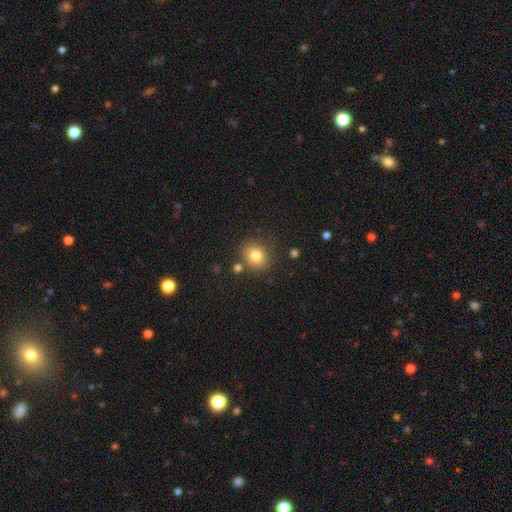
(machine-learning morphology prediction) Smooth or featured? Predicted: smooth (p=0.79). How rounded? Predicted: round (p=0.76). Merging? Predicted: none (p=0.79).